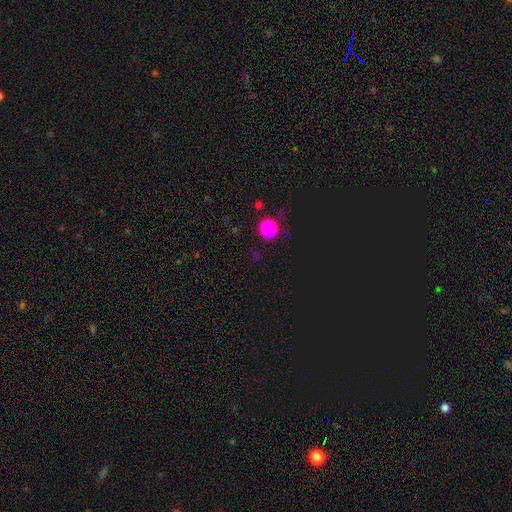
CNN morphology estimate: Smooth or featured? smooth (64%)
How rounded? round (88%)
Merging? none (84%)